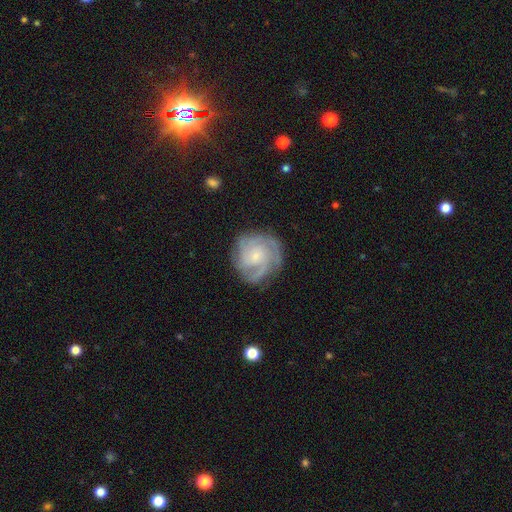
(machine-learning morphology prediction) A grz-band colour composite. It shows a featured or disk galaxy (80%) with no bar (70%), 3 (34%) tight (58%) spiral arms (96%) and a small central bulge (73%). Merging: none (75%).